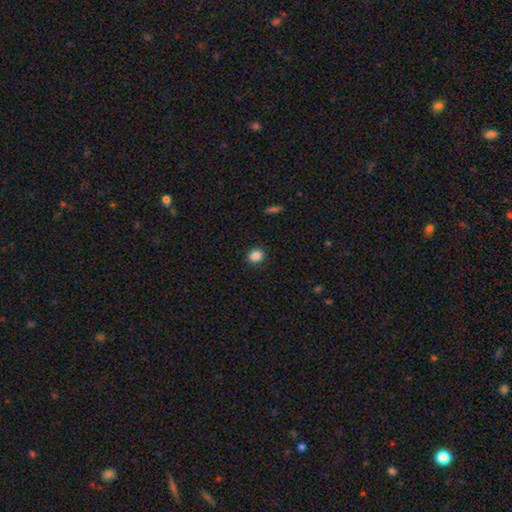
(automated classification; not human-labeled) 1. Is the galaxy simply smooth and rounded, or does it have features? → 87% smooth, 10% star or artifact, 3% featured or disk.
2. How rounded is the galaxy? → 55% round, 44% in between, 1% cigar-shaped.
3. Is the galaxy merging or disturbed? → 89% none, 8% minor disturbance, 2% major disturbance, 1% merger.